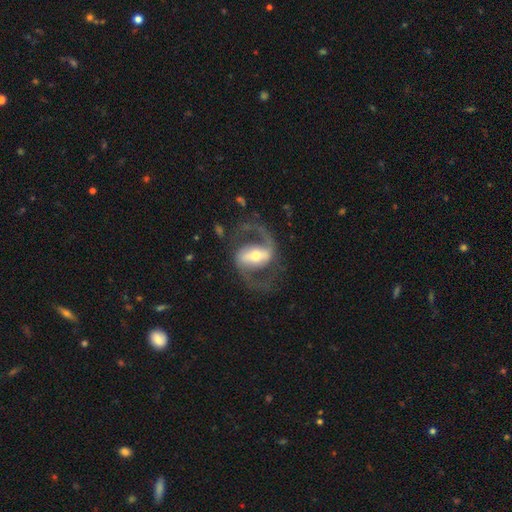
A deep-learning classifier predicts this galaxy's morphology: Smooth or featured?
  - featured or disk: 89% *
  - smooth: 7%
  - star or artifact: 5%
Edge-on disk?
  - no: 96% *
  - yes: 4%
Bar?
  - strong: 60% *
  - weak: 28%
  - no: 12%
Spiral arms?
  - yes: 94% *
  - no: 6%
Spiral winding?
  - medium: 55% *
  - loose: 35%
  - tight: 11%
Spiral arm count?
  - 2: 93% *
  - 1: 2%
  - can't tell: 2%
  - 3: 1%
  - 4: 1%
  - more than 4: 1%
Bulge size?
  - moderate: 59% *
  - small: 30%
  - large: 9%
  - dominant: 2%
  - none: 1%
Merging?
  - none: 74% *
  - minor disturbance: 12%
  - major disturbance: 12%
  - merger: 2%